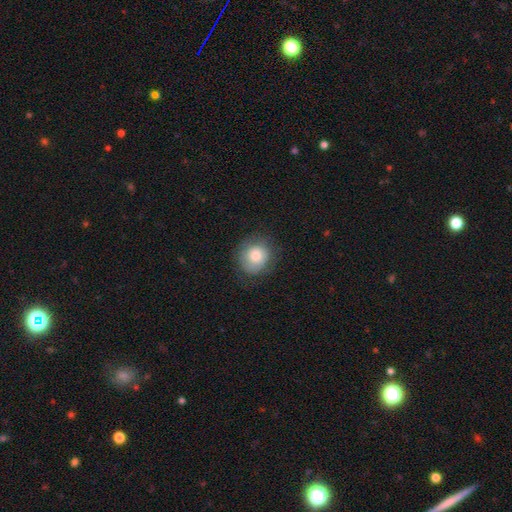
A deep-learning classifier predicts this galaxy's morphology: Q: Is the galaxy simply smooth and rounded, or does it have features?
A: smooth — 76%.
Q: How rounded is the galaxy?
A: round — 82%.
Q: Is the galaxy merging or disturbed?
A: none — 76%.